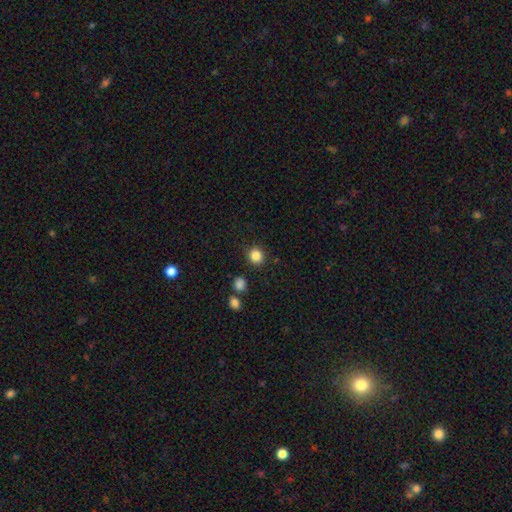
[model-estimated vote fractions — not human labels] Smooth or featured? Predicted: smooth (p=0.85). How rounded? Predicted: round (p=0.88). Merging? Predicted: none (p=0.88).